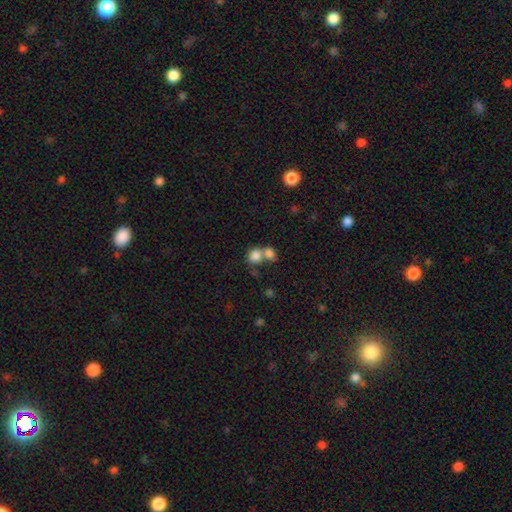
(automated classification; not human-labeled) The model was most divided on "merging": merger: 58%, none: 31%, minor disturbance: 7%, major disturbance: 4%. More confident: smooth or featured — smooth (81%); how rounded — round (67%).